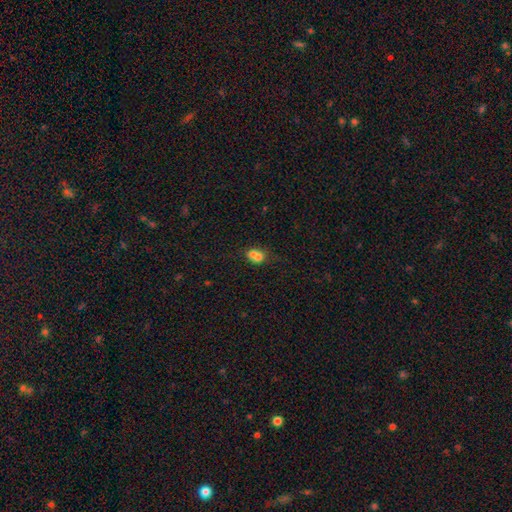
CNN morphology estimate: Smooth or featured: smooth — 70% (featured or disk — 18%)
How rounded: round — 56% (in between — 43%)
Merging: merger — 63% (none — 25%)